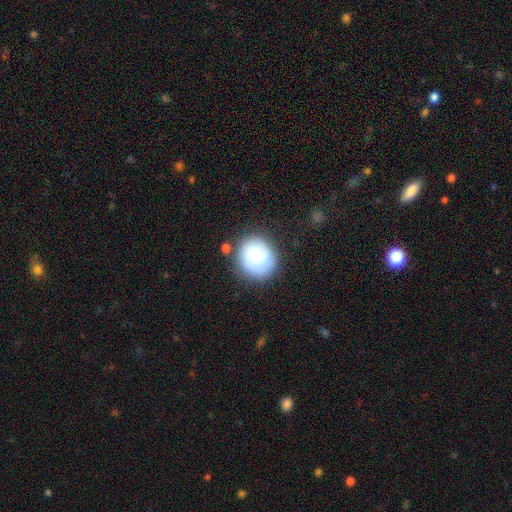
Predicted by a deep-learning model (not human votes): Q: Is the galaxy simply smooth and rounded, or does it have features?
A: smooth — 83%.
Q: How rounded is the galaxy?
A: round — 79%.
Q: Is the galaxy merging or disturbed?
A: none — 75%.